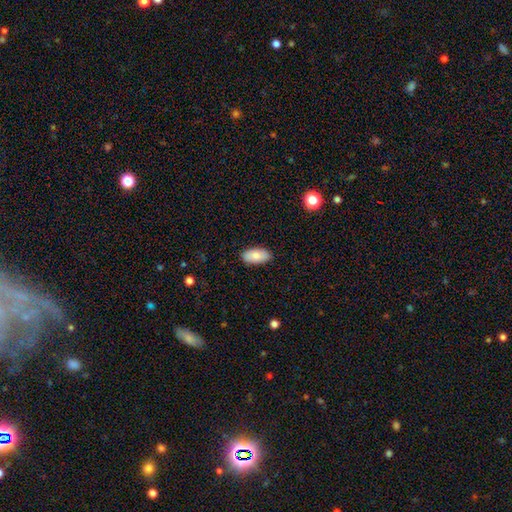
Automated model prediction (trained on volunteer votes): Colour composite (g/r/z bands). It shows a smooth galaxy with no disk features (84%) that is in between round and cigar-shaped (94%). Merging: none (88%).